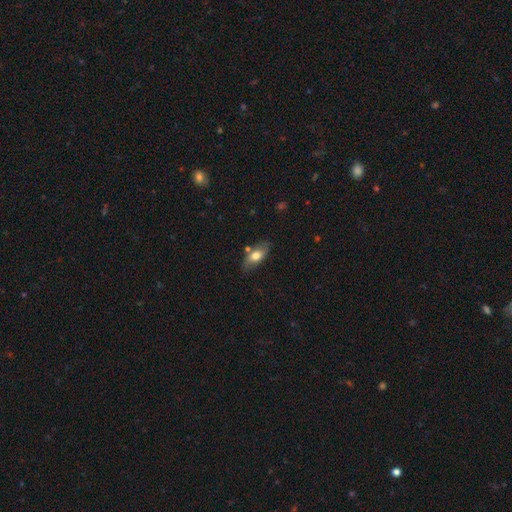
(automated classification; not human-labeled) Morphology: type=smooth (71%); roundness=in between (85%); merging=none (69%).